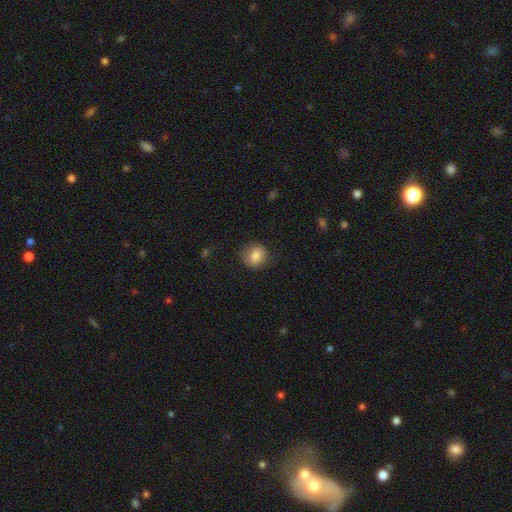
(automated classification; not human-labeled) Smooth or featured? Predicted: smooth (p=0.82). How rounded? Predicted: round (p=0.76). Merging? Predicted: none (p=0.81).